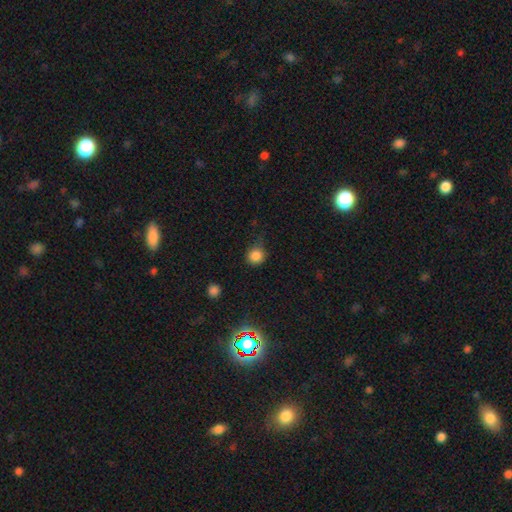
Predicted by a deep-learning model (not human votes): smooth_or_featured: smooth (p=0.83) [alt: star or artifact p=0.13]
how_rounded: round (p=0.91) [alt: in between p=0.08]
merging: none (p=0.71) [alt: minor disturbance p=0.21]